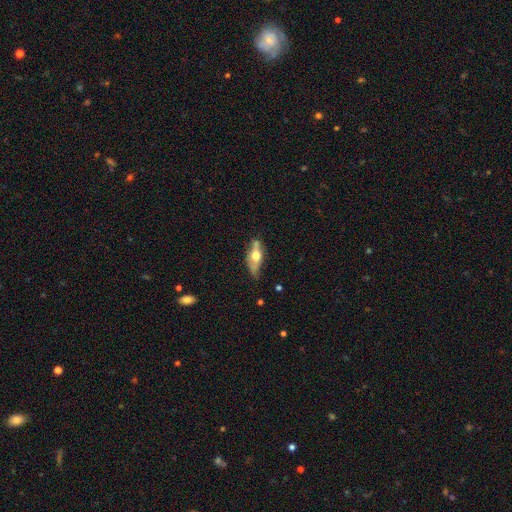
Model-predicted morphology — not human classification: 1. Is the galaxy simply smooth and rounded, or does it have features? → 51% featured or disk, 42% smooth, 7% star or artifact.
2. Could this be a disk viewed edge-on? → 71% yes, 29% no.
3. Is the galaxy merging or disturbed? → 57% none, 25% minor disturbance, 9% major disturbance, 9% merger.